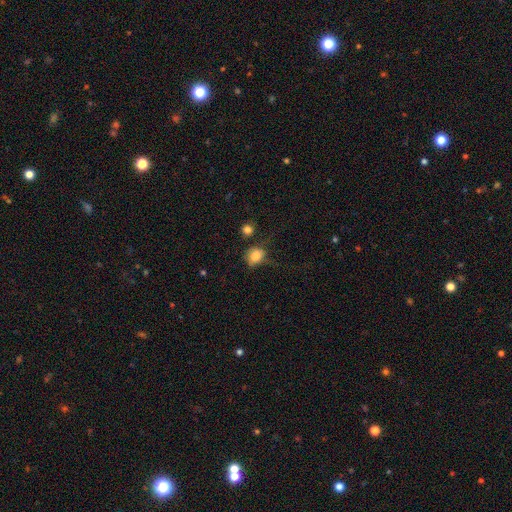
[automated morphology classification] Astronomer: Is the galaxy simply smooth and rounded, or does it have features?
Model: smooth — 80%.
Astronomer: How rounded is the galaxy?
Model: round — 58% (runner-up: in between, 41%).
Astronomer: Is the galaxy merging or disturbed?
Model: none — 48% (runner-up: minor disturbance, 29%).